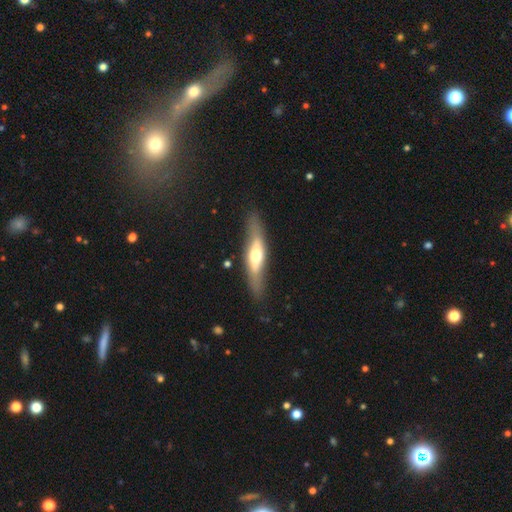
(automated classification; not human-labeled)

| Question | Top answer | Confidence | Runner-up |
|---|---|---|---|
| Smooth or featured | featured or disk | 53% | smooth (42%) |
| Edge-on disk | yes | 74% | no (26%) |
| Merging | none | 83% | minor disturbance (12%) |